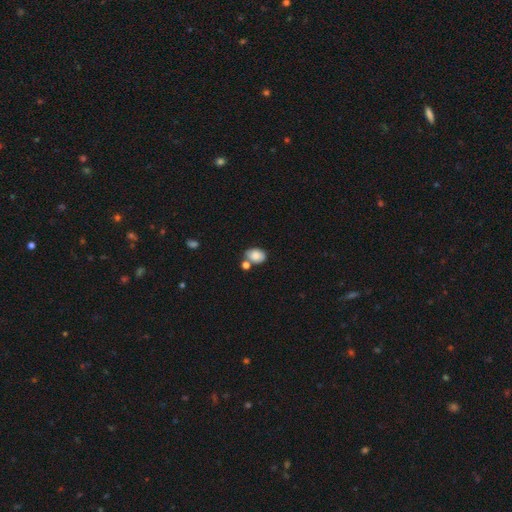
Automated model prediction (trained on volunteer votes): The model was most divided on "merging": none: 55%, merger: 25%, minor disturbance: 16%, major disturbance: 5%. More confident: smooth or featured — smooth (82%); how rounded — in between (69%).